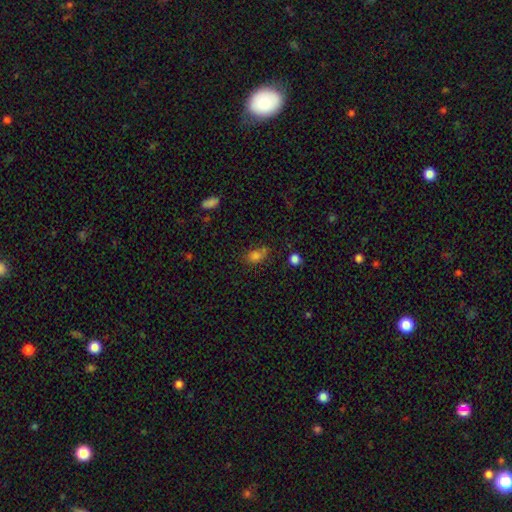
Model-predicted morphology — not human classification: A smooth galaxy with no disk features (77%) that is in between round and cigar-shaped (63%).

Vote fractions:
- Smooth or featured? smooth: 77% / star or artifact: 16% / featured or disk: 7%
- How rounded? in between: 63% / round: 35% / cigar-shaped: 2%
- Merging? none: 57% / minor disturbance: 20% / merger: 15% / major disturbance: 7%